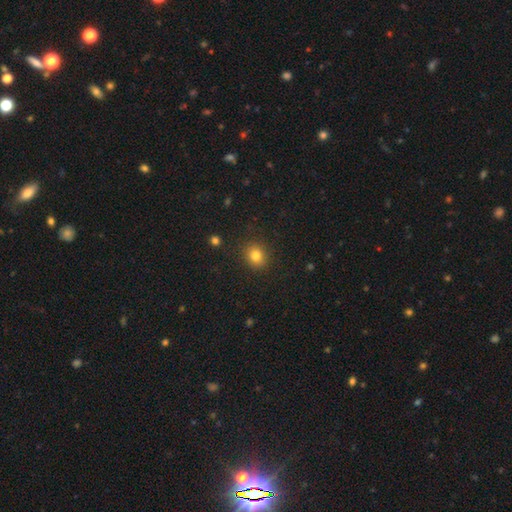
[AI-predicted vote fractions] The model was most divided on "how rounded": round: 67%, in between: 32%, cigar-shaped: 1%. More confident: merging — none (88%); smooth or featured — smooth (81%).